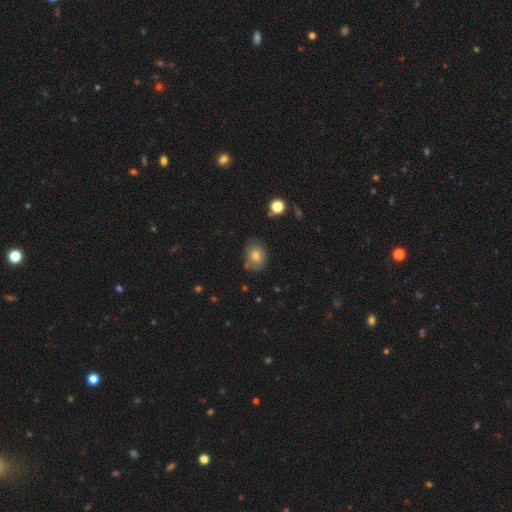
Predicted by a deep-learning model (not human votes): Q: Smooth or featured?
A: smooth (77%); runner-up: featured or disk (12%)
Q: How rounded?
A: round (51%); runner-up: in between (48%)
Q: Merging?
A: none (75%); runner-up: minor disturbance (17%)